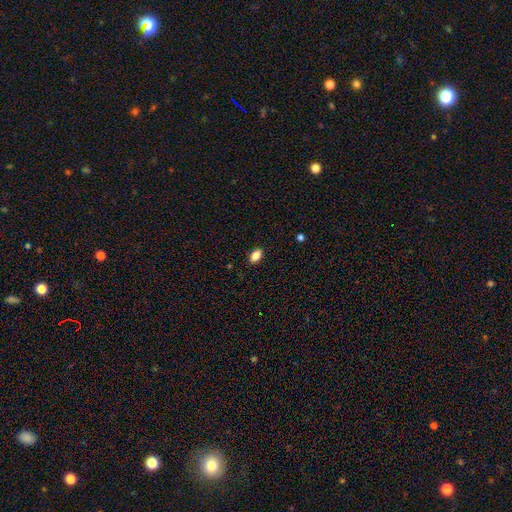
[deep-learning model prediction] Smooth or featured?
  - smooth: 84% *
  - star or artifact: 9%
  - featured or disk: 7%
How rounded?
  - in between: 88% *
  - round: 9%
  - cigar-shaped: 3%
Merging?
  - none: 88% *
  - minor disturbance: 9%
  - major disturbance: 2%
  - merger: 1%